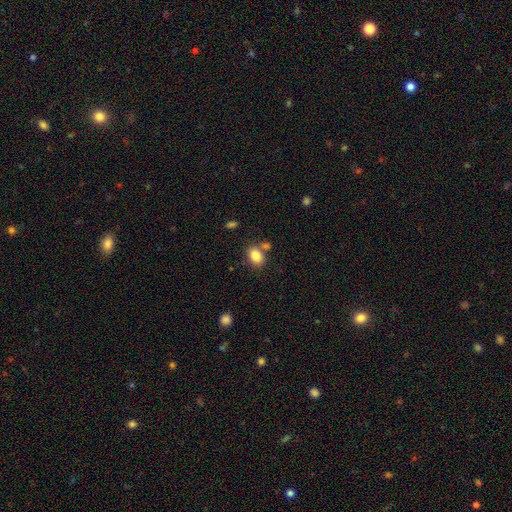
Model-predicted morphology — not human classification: A smooth galaxy with no disk features (84%) that is in between round and cigar-shaped (72%). Merging: none (67%).